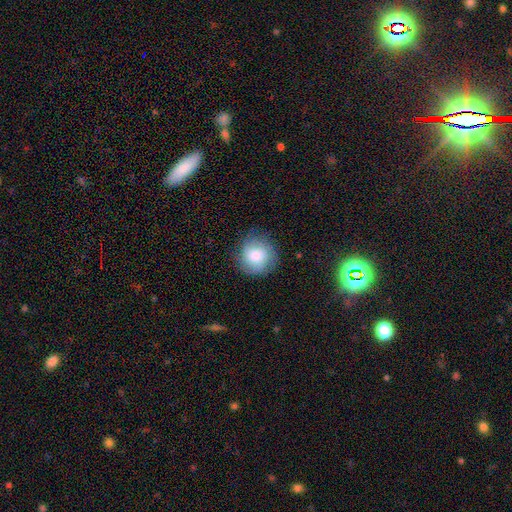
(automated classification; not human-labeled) Smooth or featured? smooth (73%)
How rounded? round (91%)
Merging? none (78%)